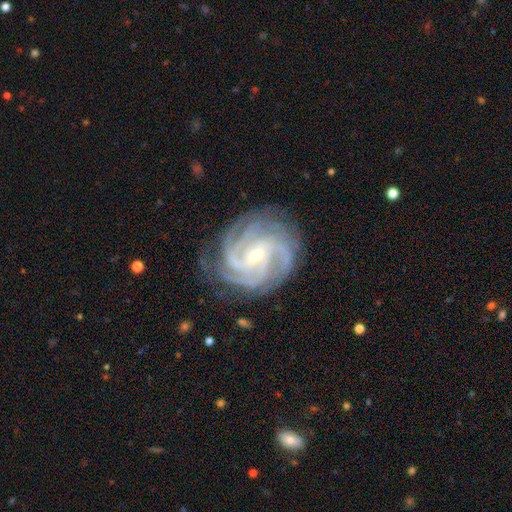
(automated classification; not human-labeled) Smooth or featured? featured or disk (92%)
Edge-on disk? no (98%)
Bar? weak (50%)
Spiral arms? yes (99%)
Spiral winding? tight (68%)
Spiral arm count? 4 (42%)
Bulge size? small (66%)
Merging? none (79%)